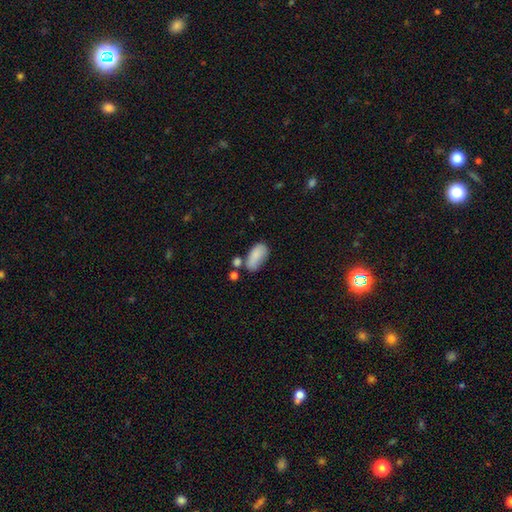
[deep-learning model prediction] smooth_or_featured: smooth (p=0.83) [alt: featured or disk p=0.09]
how_rounded: in between (p=0.91) [alt: cigar-shaped p=0.05]
merging: none (p=0.46) [alt: minor disturbance p=0.24]